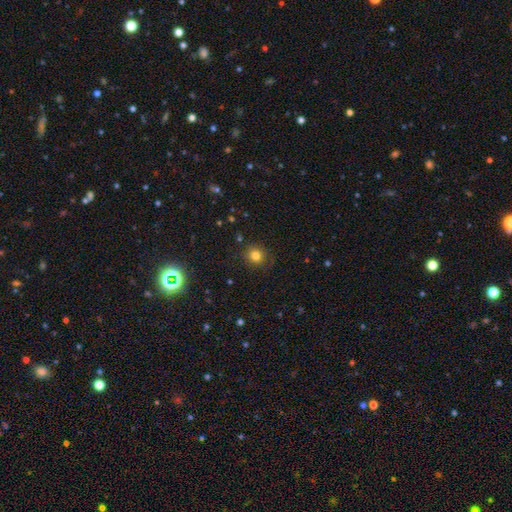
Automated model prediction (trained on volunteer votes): Smooth or featured: smooth — 80% (star or artifact — 14%)
How rounded: round — 86% (in between — 13%)
Merging: none — 86% (minor disturbance — 10%)